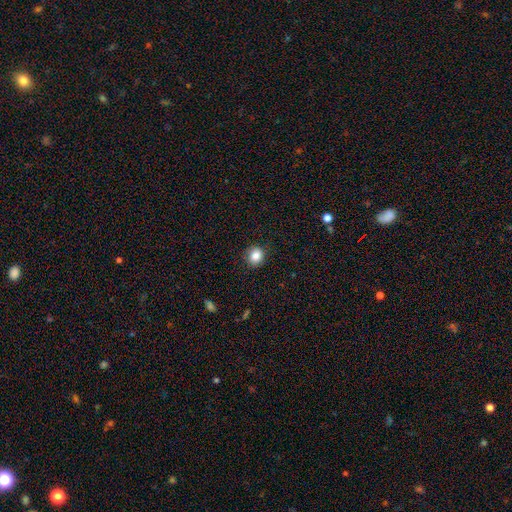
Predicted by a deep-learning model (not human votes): This appears to be a smooth galaxy with no disk features (85%) that is round (76%). Merging: none (87%).